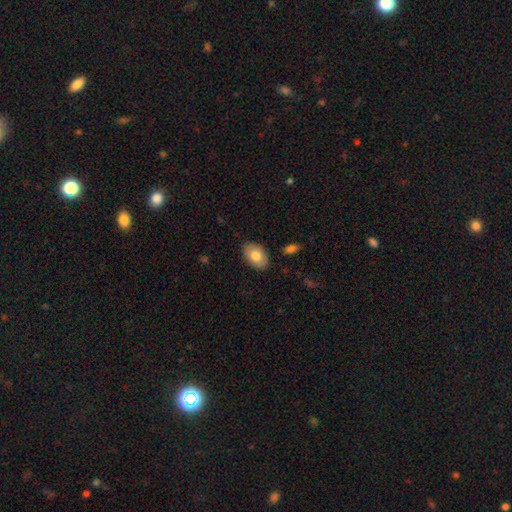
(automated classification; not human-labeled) Q: Smooth or featured?
A: smooth (75%); runner-up: featured or disk (18%)
Q: How rounded?
A: in between (87%); runner-up: round (12%)
Q: Merging?
A: none (86%); runner-up: minor disturbance (11%)